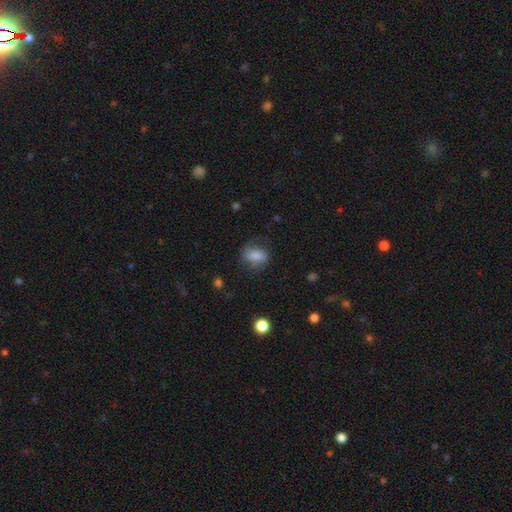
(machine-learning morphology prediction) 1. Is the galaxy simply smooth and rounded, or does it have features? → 73% smooth, 18% featured or disk, 9% star or artifact.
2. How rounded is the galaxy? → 70% in between, 28% round, 2% cigar-shaped.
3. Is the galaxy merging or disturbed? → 65% none, 22% minor disturbance, 11% major disturbance, 2% merger.